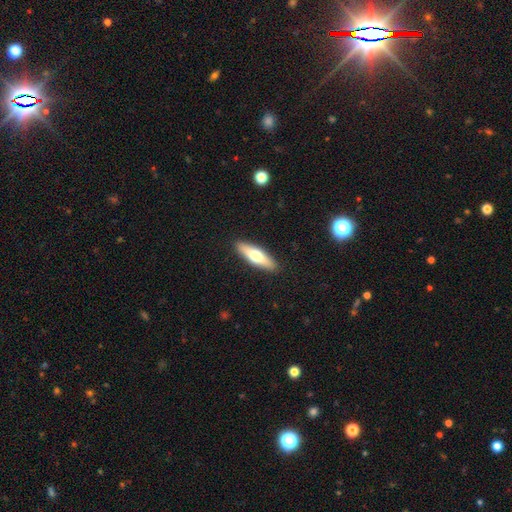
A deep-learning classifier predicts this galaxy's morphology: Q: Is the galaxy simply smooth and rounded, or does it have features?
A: smooth — 58%.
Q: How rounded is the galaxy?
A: cigar-shaped — 61%.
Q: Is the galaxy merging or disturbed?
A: none — 91%.